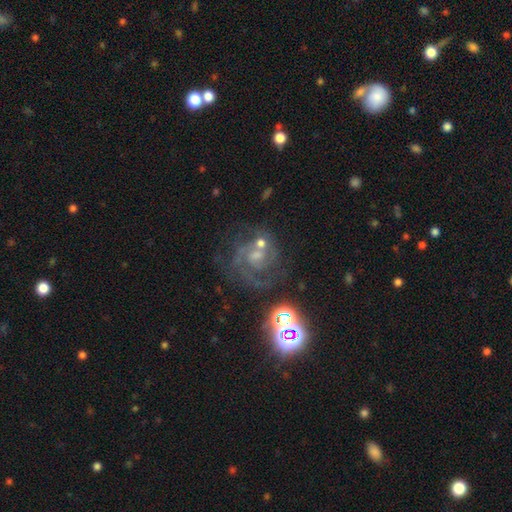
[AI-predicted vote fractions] This is likely a featured or disk galaxy (71%). It is clearly not viewed edge-on (98%). Bar: possibly no (55%). Spiral arm pattern: clearly yes (91%). Spiral arm count: possibly 2 (49%). Spiral winding: possibly tight (47%). Central bulge: marginally small (38%). Merging: possibly none (53%).